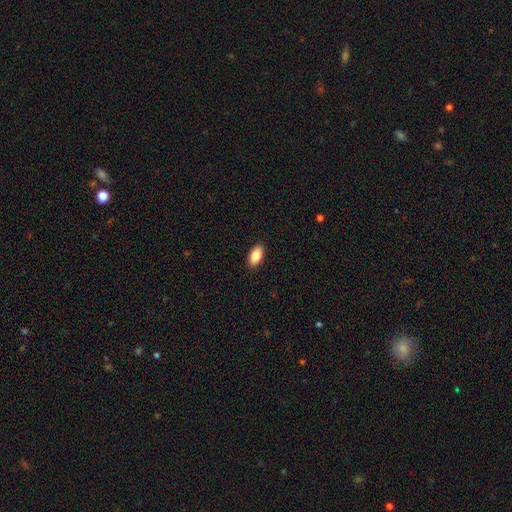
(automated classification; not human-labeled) smooth_or_featured: smooth (p=0.86) [alt: featured or disk p=0.07]
how_rounded: in between (p=0.93) [alt: cigar-shaped p=0.04]
merging: none (p=0.90) [alt: minor disturbance p=0.07]